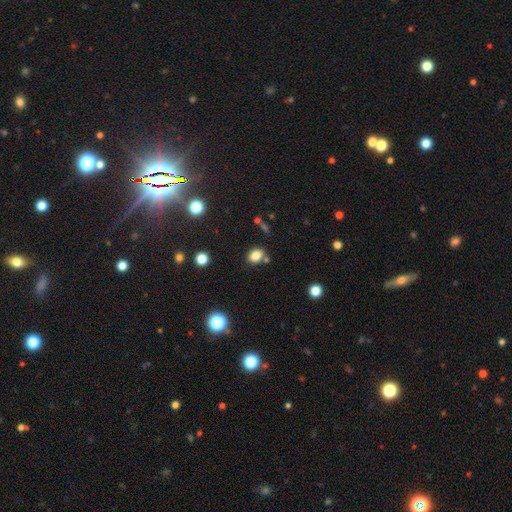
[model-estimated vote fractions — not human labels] Morphology: type=smooth (81%); roundness=in between (62%); merging=none (74%).